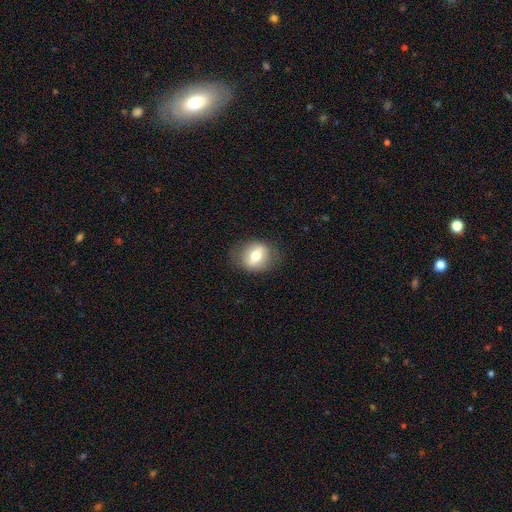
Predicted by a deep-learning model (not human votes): Q: Smooth or featured?
A: smooth (59%); runner-up: featured or disk (33%)
Q: How rounded?
A: round (55%); runner-up: in between (44%)
Q: Merging?
A: none (80%); runner-up: minor disturbance (14%)